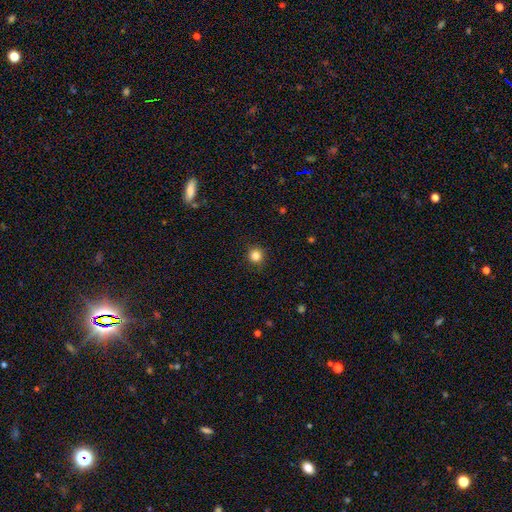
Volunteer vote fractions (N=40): Smooth or featured: smooth — 85% (star or artifact — 12%)
How rounded: round — 100%
Merging: none — 91% (minor disturbance — 9%)